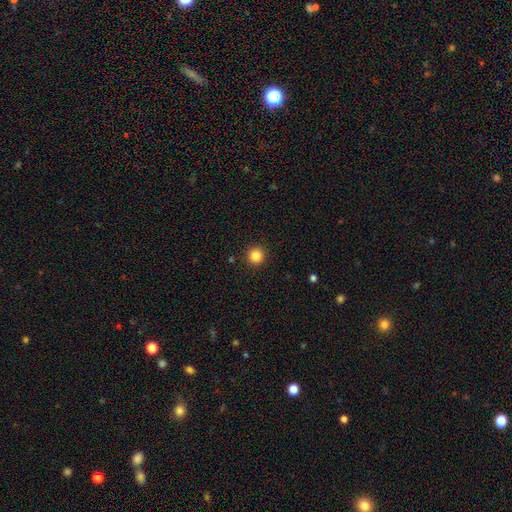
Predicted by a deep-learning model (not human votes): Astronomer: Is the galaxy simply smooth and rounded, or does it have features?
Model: smooth — 85%.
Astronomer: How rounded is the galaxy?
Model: round — 94%.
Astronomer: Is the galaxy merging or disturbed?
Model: none — 92%.